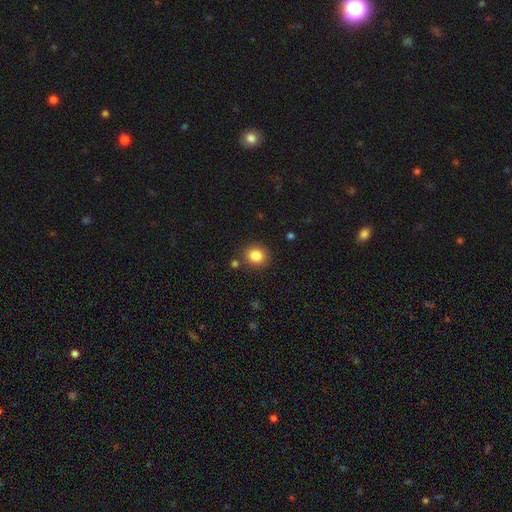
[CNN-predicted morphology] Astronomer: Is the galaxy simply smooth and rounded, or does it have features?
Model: smooth — 85%.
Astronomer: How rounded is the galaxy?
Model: round — 82%.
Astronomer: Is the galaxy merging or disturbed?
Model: none — 85%.